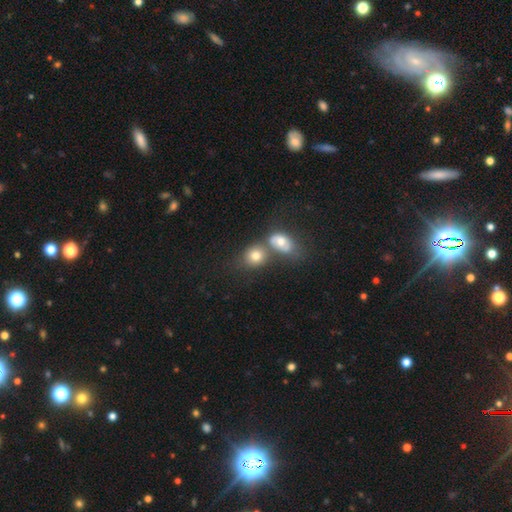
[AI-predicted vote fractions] The model was most divided on "merging": merger: 46%, none: 38%, minor disturbance: 10%, major disturbance: 6%. More confident: smooth or featured — smooth (76%); how rounded — round (63%).